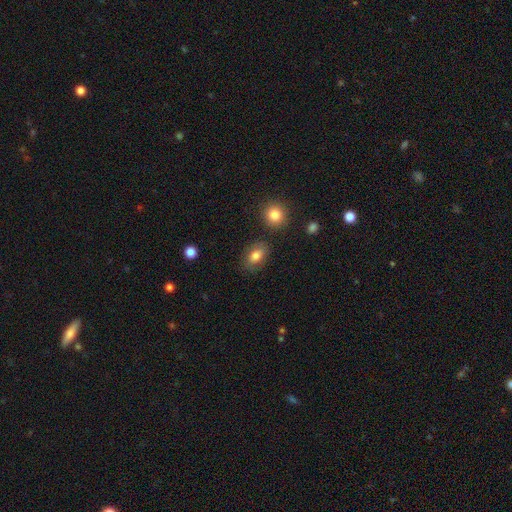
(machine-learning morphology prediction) type=smooth (81%); roundness=in between (82%); merging=none (79%).